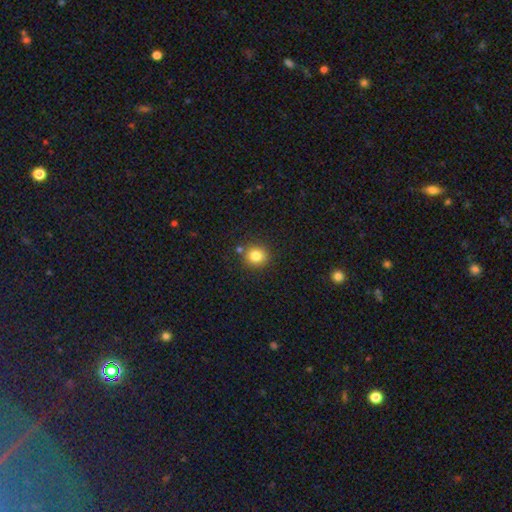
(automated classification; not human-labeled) A smooth galaxy with no disk features (82%) that is round (86%). Merging: none (82%).